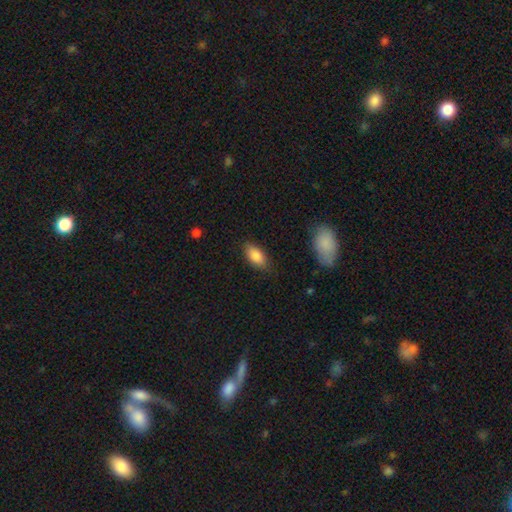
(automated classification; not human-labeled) smooth 86%, star or artifact 7%, featured or disk 7%. Down the decision tree: how rounded — in between (90%); merging — none (82%).